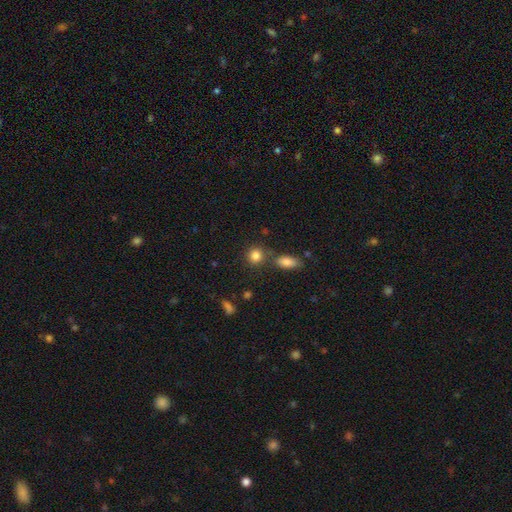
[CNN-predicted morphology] Smooth or featured? smooth (83%)
How rounded? round (82%)
Merging? none (68%)